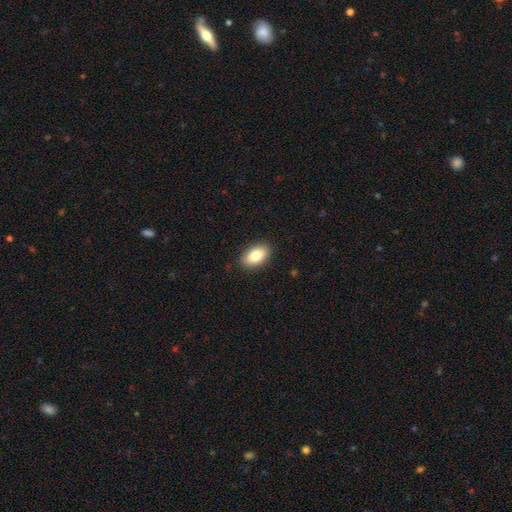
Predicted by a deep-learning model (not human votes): smooth-or-featured: smooth: 84% | featured or disk: 10% | star or artifact: 7%
  how-rounded: in between: 92% | round: 6% | cigar-shaped: 2%
  merging: none: 89% | minor disturbance: 8% | major disturbance: 2% | merger: 1%